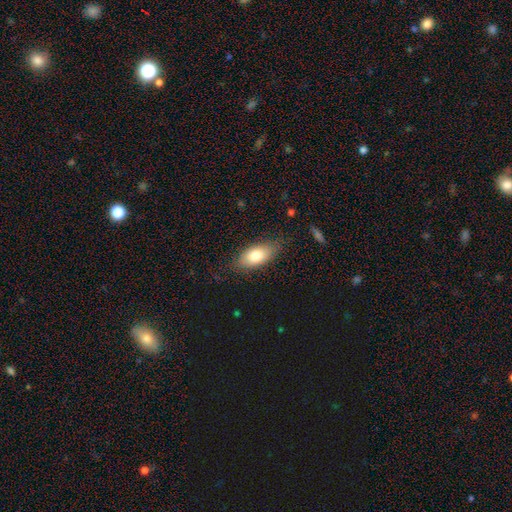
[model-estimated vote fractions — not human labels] smooth-or-featured: smooth: 77% | featured or disk: 16% | star or artifact: 7%
  how-rounded: in between: 87% | cigar-shaped: 9% | round: 4%
  merging: none: 77% | minor disturbance: 17% | major disturbance: 4% | merger: 1%